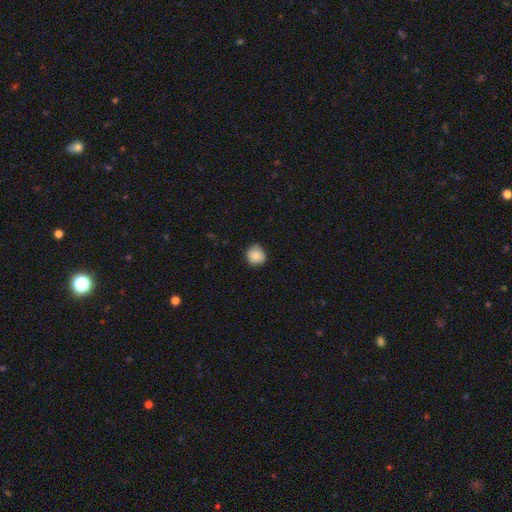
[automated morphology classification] This is clearly a smooth galaxy (86%). How rounded: clearly round (92%). Merging: clearly none (84%).